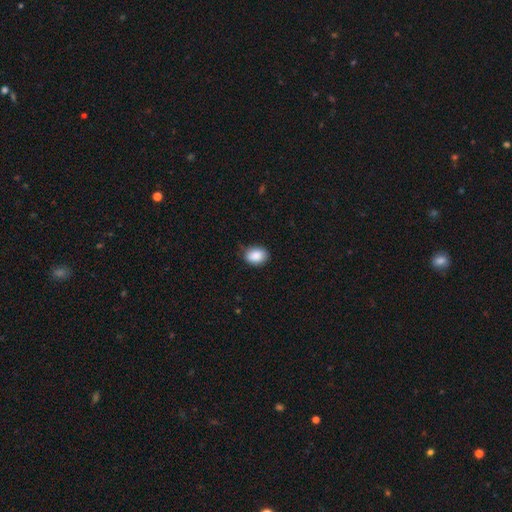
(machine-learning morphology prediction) Smooth or featured?
  - smooth: 88% *
  - star or artifact: 7%
  - featured or disk: 4%
How rounded?
  - in between: 71% *
  - round: 28%
  - cigar-shaped: 1%
Merging?
  - none: 77% *
  - minor disturbance: 19%
  - major disturbance: 3%
  - merger: 1%